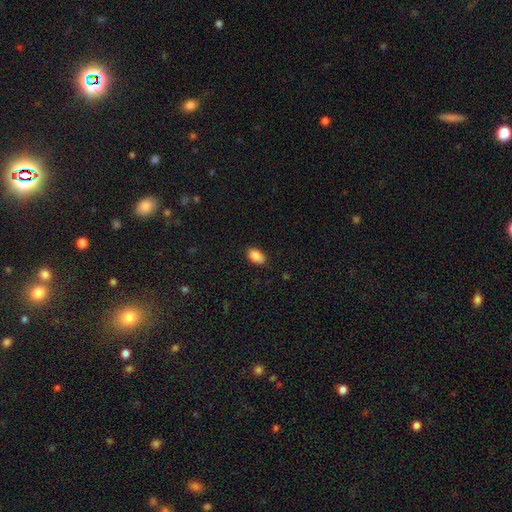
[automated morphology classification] A smooth galaxy with no disk features (86%) that is in between round and cigar-shaped (91%). Merging: none (82%).